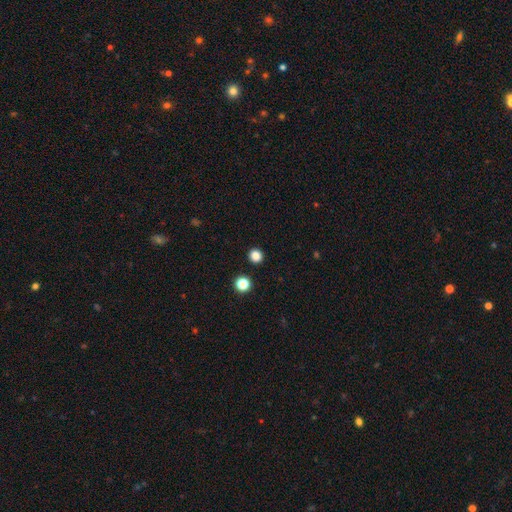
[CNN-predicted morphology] Overall: smooth (84%). How rounded: round (90%). Merging: none (92%).